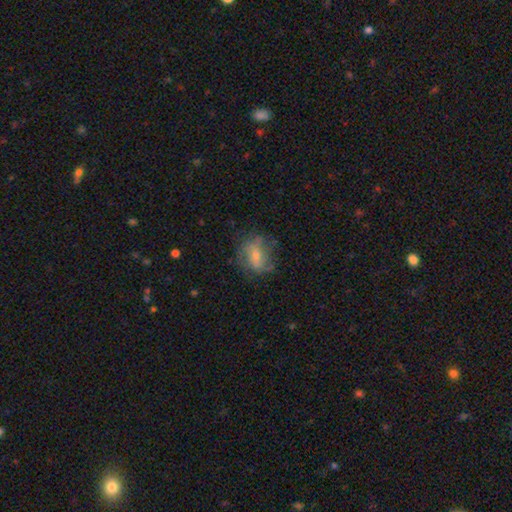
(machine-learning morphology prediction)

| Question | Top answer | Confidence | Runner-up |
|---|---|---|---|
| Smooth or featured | smooth | 48% | featured or disk (43%) |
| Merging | none | 57% | minor disturbance (24%) |